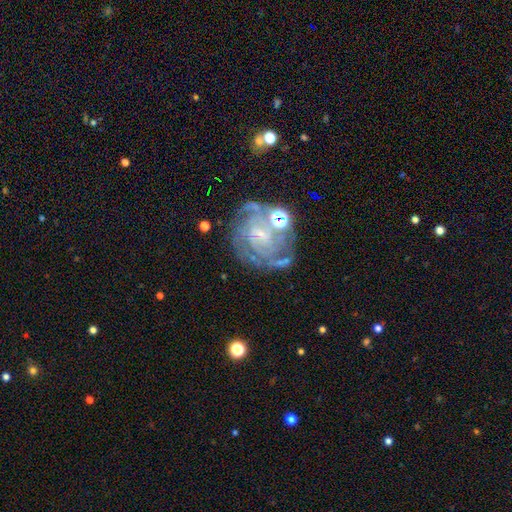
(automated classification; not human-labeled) Q: Smooth or featured?
A: featured or disk (78%); runner-up: star or artifact (12%)
Q: Edge-on disk?
A: no (97%); runner-up: yes (3%)
Q: Bar?
A: no (42%); tied with: weak (42%)
Q: Spiral arms?
A: yes (89%); runner-up: no (11%)
Q: Spiral winding?
A: tight (63%); runner-up: medium (29%)
Q: Spiral arm count?
A: can't tell (35%); runner-up: 2 (21%)
Q: Bulge size?
A: small (61%); runner-up: moderate (19%)
Q: Merging?
A: none (65%); runner-up: minor disturbance (17%)